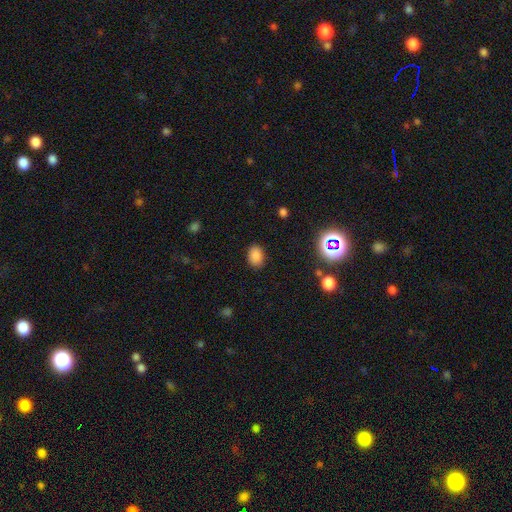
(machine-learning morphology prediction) This appears to be a smooth galaxy with no disk features (84%) that is in between round and cigar-shaped (72%). Merging: none (86%).